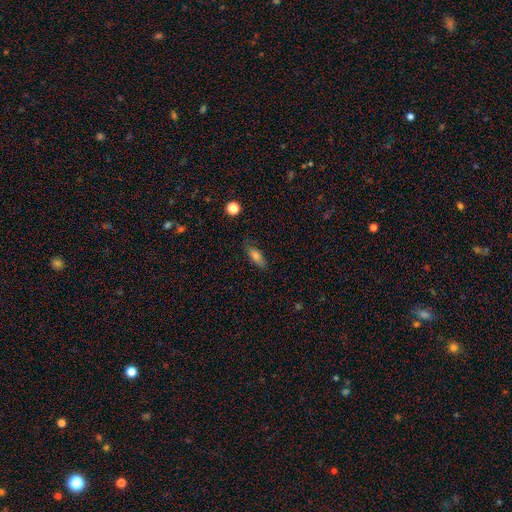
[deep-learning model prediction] The model was most divided on "how rounded": in between: 64%, cigar-shaped: 32%, round: 4%. More confident: merging — none (76%); smooth or featured — smooth (72%).